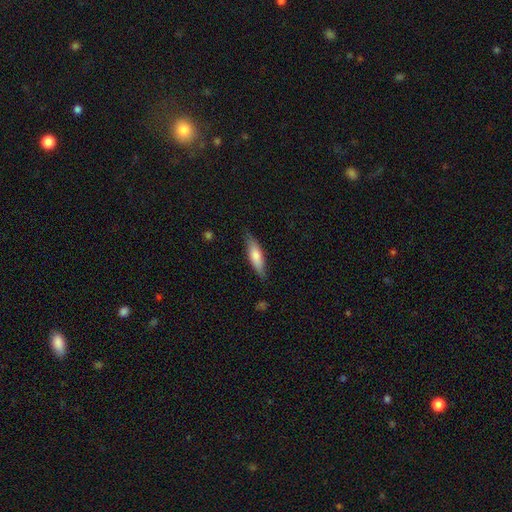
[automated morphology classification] smooth-or-featured: smooth: 70% | featured or disk: 25% | star or artifact: 5%
  how-rounded: cigar-shaped: 65% | in between: 34% | round: 2%
  merging: none: 80% | minor disturbance: 16% | major disturbance: 3% | merger: 1%